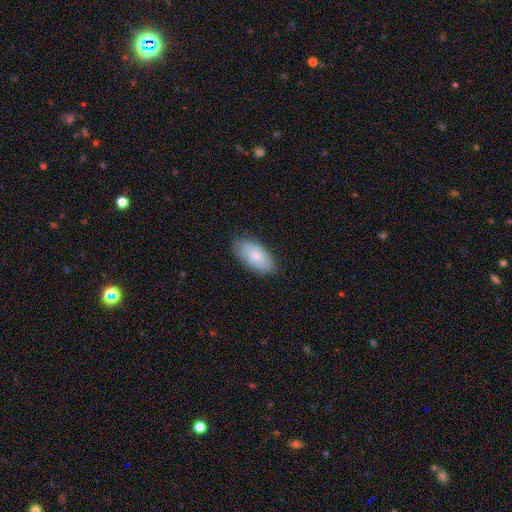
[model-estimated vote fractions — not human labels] Smooth or featured?
  - smooth: 69% *
  - featured or disk: 25%
  - star or artifact: 6%
How rounded?
  - in between: 93% *
  - cigar-shaped: 4%
  - round: 3%
Merging?
  - none: 80% *
  - minor disturbance: 16%
  - major disturbance: 3%
  - merger: 1%